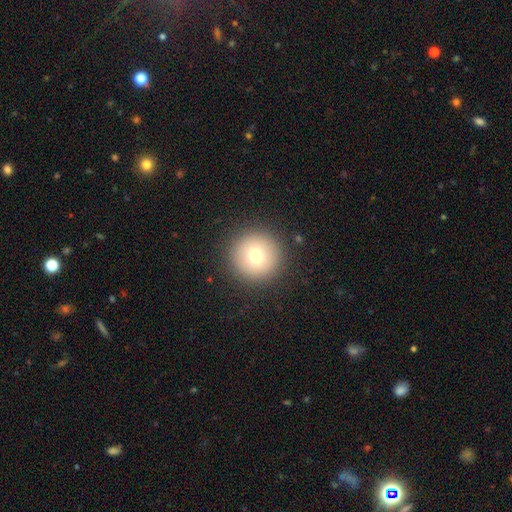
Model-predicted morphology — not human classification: smooth 73%, star or artifact 13%, featured or disk 13%. Down the decision tree: how rounded — round (97%); merging — none (92%).